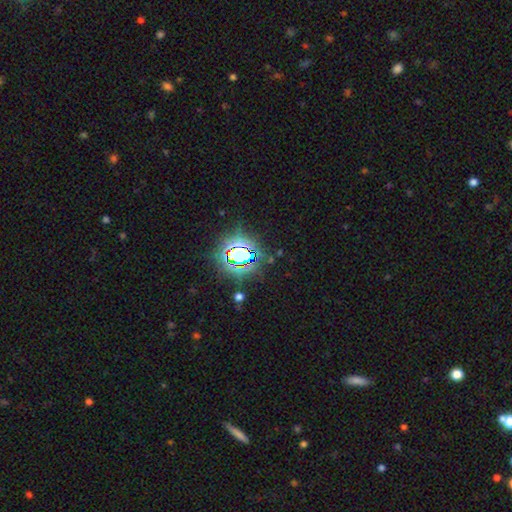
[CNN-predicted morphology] Smooth or featured? star or artifact (78%)